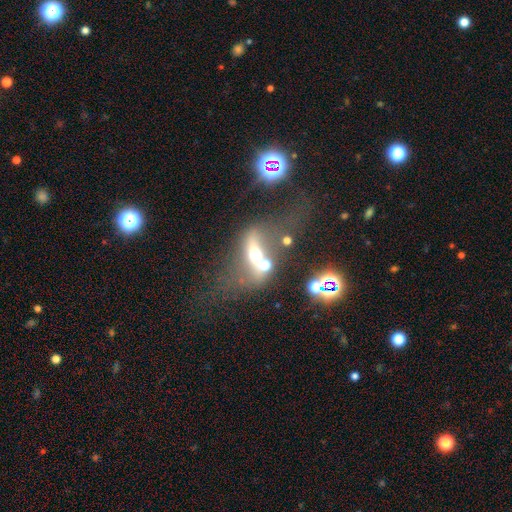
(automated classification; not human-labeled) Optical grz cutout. It shows a featured or disk galaxy (45%). Merging: merger (37%).